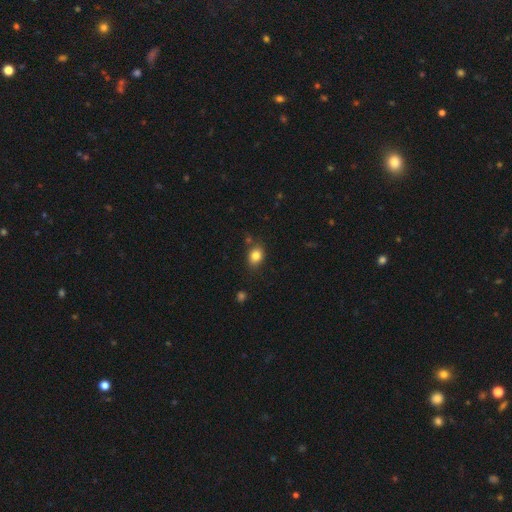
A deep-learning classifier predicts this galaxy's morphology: Overall: smooth (83%). How rounded: in between (56%; round 43%). Merging: none (77%).